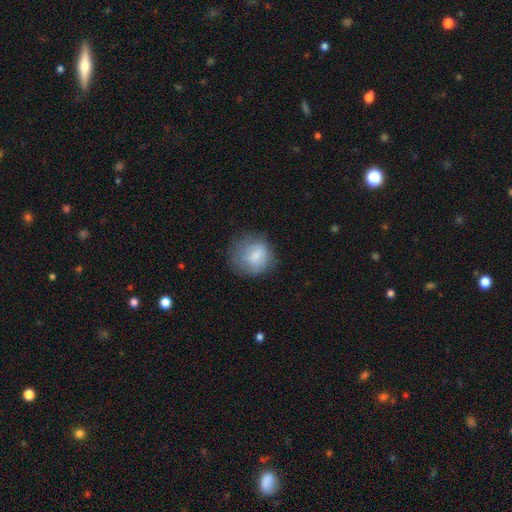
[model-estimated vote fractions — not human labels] Q: Smooth or featured?
A: smooth (74%); runner-up: featured or disk (17%)
Q: How rounded?
A: round (79%); runner-up: in between (20%)
Q: Merging?
A: none (63%); runner-up: minor disturbance (24%)